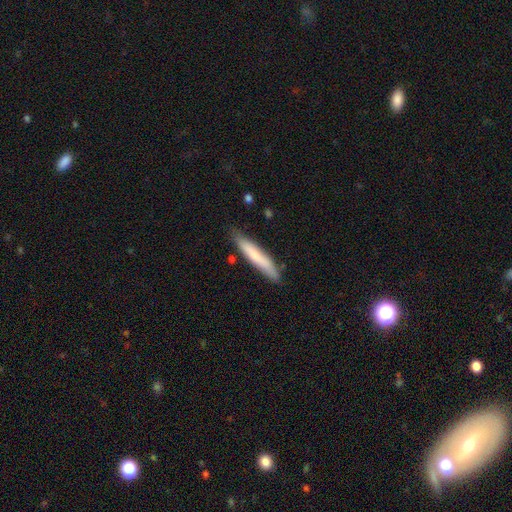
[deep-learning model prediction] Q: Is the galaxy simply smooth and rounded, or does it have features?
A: smooth — 74%.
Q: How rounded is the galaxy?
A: cigar-shaped — 92%.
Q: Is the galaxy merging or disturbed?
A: none — 81%.